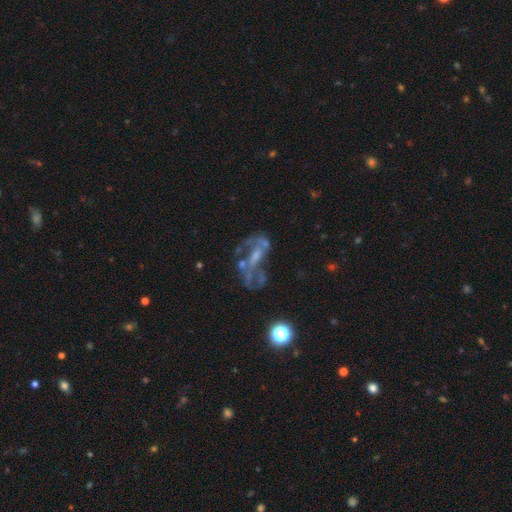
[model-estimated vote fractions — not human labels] Smooth or featured? featured or disk (67%)
Edge-on disk? no (95%)
Bar? no (56%)
Spiral arms? no (53%)
Bulge size? small (38%)
Merging? none (39%)